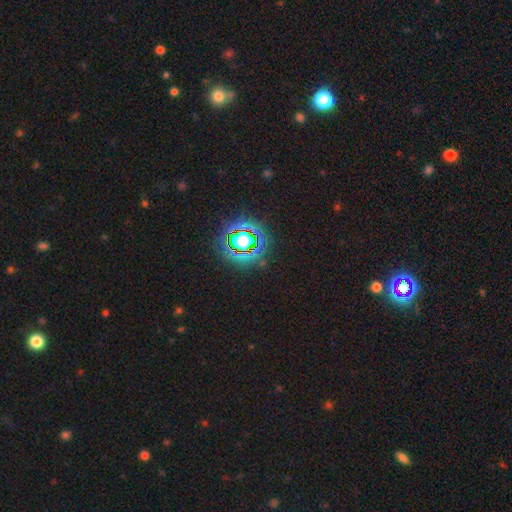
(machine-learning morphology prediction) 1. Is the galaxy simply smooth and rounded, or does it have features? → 79% star or artifact, 13% smooth, 8% featured or disk.